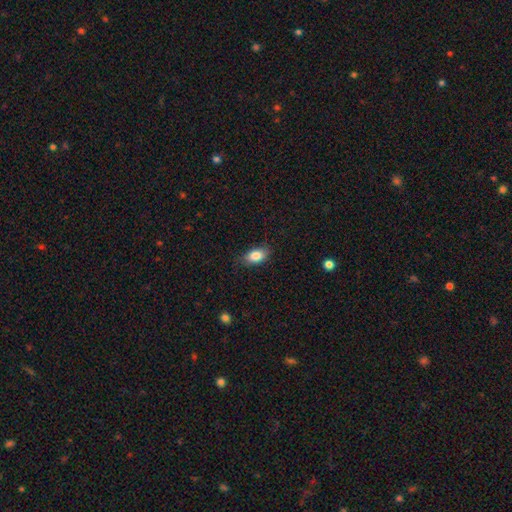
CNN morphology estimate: Smooth or featured?
  - smooth: 85% *
  - featured or disk: 8%
  - star or artifact: 8%
How rounded?
  - in between: 88% *
  - round: 9%
  - cigar-shaped: 3%
Merging?
  - none: 79% *
  - minor disturbance: 17%
  - major disturbance: 4%
  - merger: 1%